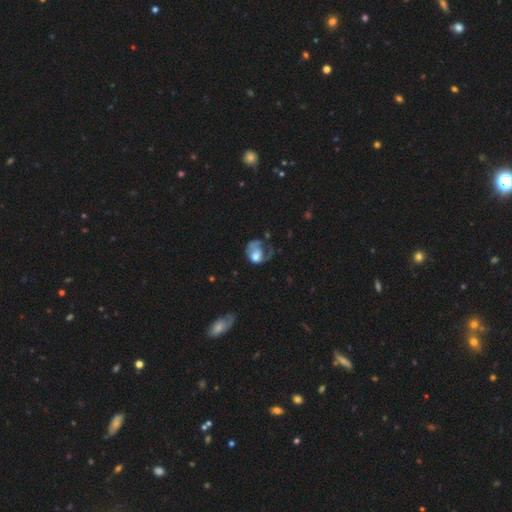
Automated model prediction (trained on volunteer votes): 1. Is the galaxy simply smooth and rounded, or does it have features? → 48% smooth, 44% featured or disk, 9% star or artifact.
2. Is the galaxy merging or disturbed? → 54% major disturbance, 22% none, 19% minor disturbance, 5% merger.